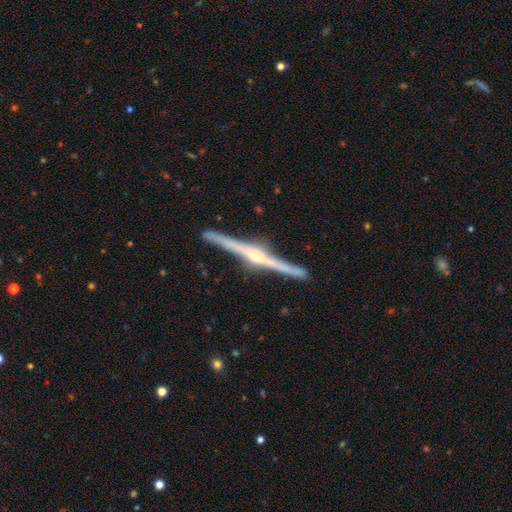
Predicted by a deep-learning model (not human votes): Smooth or featured? featured or disk (88%)
Edge-on disk? yes (98%)
Edge-on bulge? rounded (82%)
Merging? none (89%)